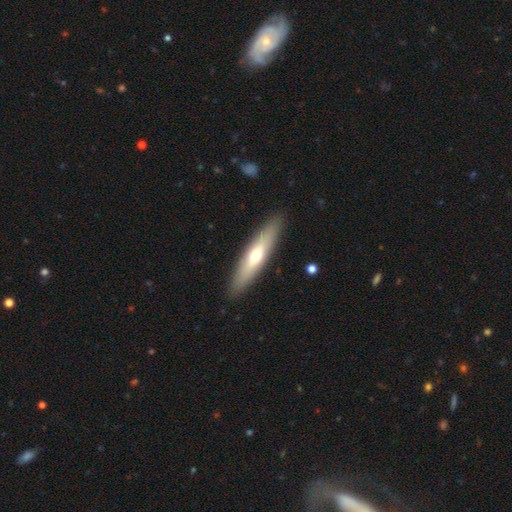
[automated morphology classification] This appears to be a smooth galaxy with no disk features (52%) that is cigar-shaped (78%). Merging: none (90%).